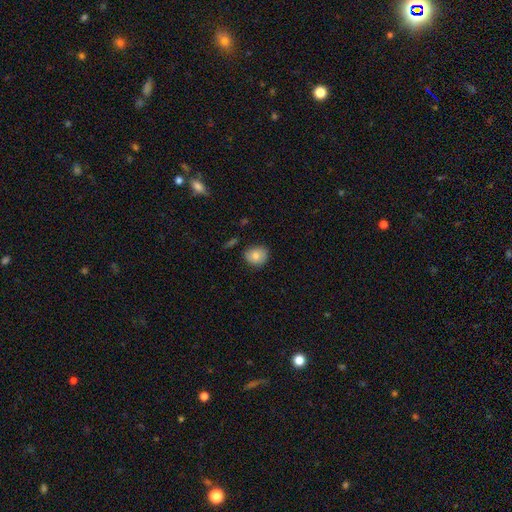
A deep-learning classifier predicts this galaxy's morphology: smooth 81%, featured or disk 11%, star or artifact 8%. Down the decision tree: how rounded — round (66%); merging — none (79%).